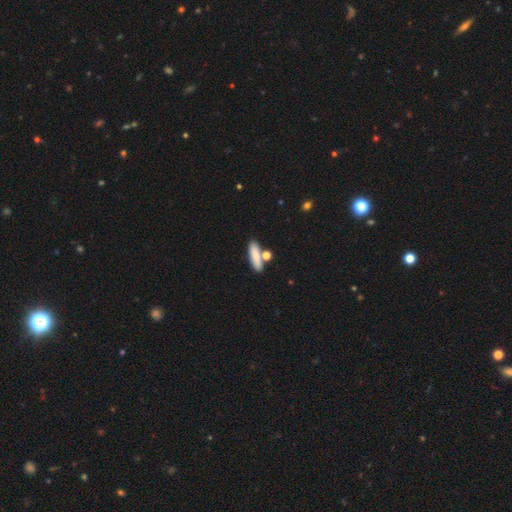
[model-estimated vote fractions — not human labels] Smooth or featured: smooth — 82% (featured or disk — 11%)
How rounded: cigar-shaped — 59% (in between — 37%)
Merging: none — 70% (merger — 16%)